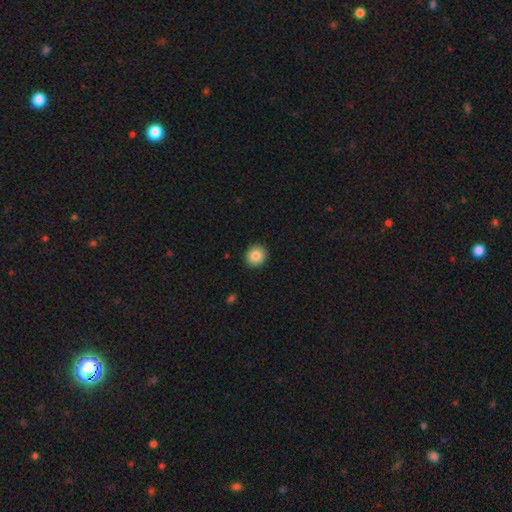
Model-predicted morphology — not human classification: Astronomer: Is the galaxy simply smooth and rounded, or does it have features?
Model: smooth — 85%.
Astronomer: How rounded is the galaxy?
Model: round — 87%.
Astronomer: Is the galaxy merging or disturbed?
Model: none — 91%.